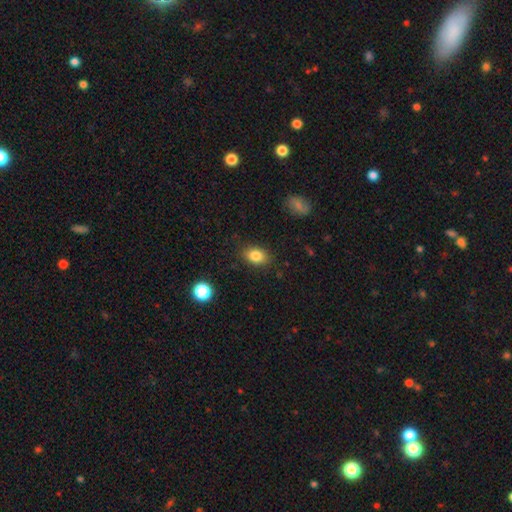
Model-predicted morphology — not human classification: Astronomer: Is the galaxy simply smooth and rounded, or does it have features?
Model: smooth — 83%.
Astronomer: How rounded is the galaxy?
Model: in between — 76%.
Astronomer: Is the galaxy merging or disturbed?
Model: none — 84%.